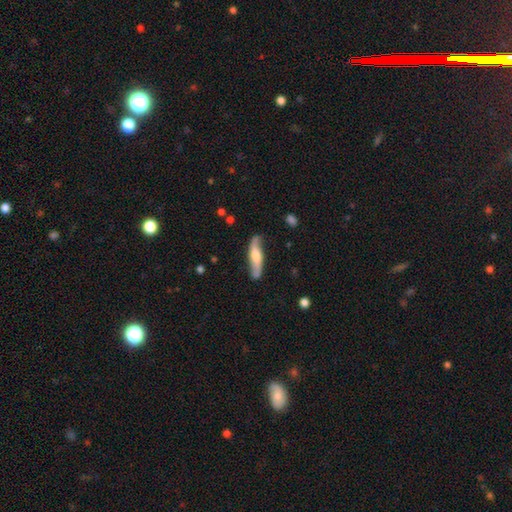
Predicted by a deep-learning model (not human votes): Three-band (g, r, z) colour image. It shows a featured or disk galaxy (63%). Merging: none (78%).